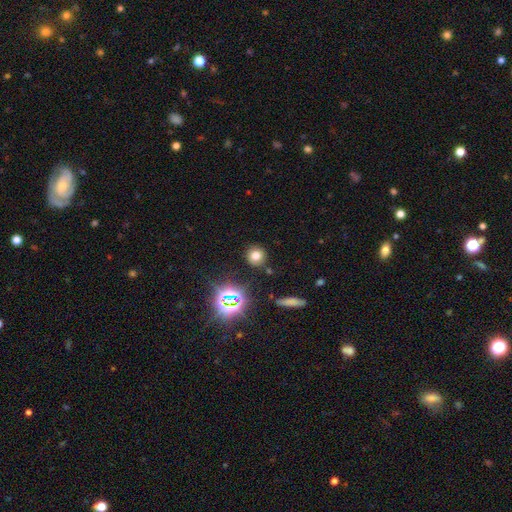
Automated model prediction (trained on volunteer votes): Q: Smooth or featured?
A: smooth (68%); runner-up: star or artifact (23%)
Q: How rounded?
A: round (89%); runner-up: in between (10%)
Q: Merging?
A: none (87%); runner-up: minor disturbance (8%)